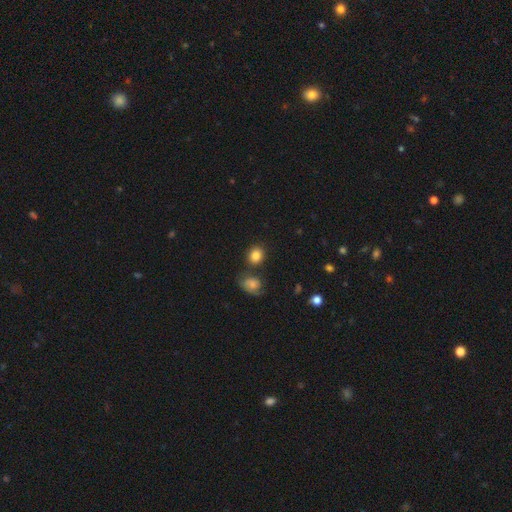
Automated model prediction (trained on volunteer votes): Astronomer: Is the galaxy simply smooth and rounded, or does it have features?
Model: smooth — 83%.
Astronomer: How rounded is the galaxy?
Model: round — 68%.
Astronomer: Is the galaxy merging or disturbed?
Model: none — 72%.